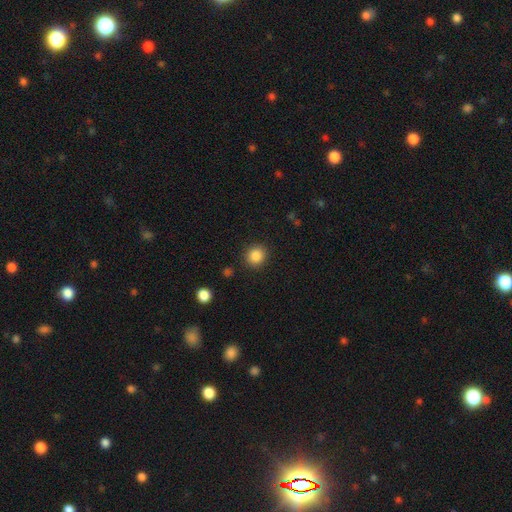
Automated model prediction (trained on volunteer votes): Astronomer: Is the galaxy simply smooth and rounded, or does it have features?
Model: smooth — 86%.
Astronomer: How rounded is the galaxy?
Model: round — 89%.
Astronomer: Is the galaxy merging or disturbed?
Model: none — 90%.